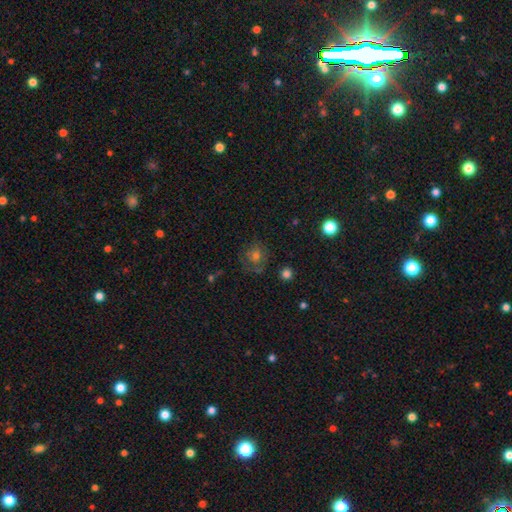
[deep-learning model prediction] Smooth or featured: smooth — 52% (featured or disk — 30%)
How rounded: round — 82% (in between — 17%)
Merging: none — 67% (minor disturbance — 19%)